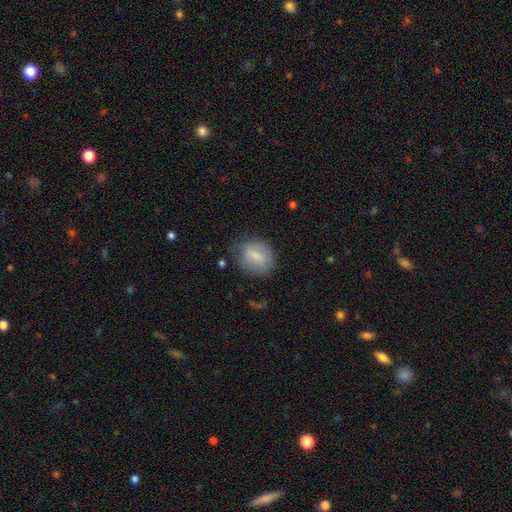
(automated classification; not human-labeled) Smooth or featured?
  - smooth: 68% *
  - featured or disk: 23%
  - star or artifact: 8%
How rounded?
  - round: 50% *
  - in between: 47%
  - cigar-shaped: 3%
Merging?
  - none: 66% *
  - minor disturbance: 23%
  - major disturbance: 8%
  - merger: 2%